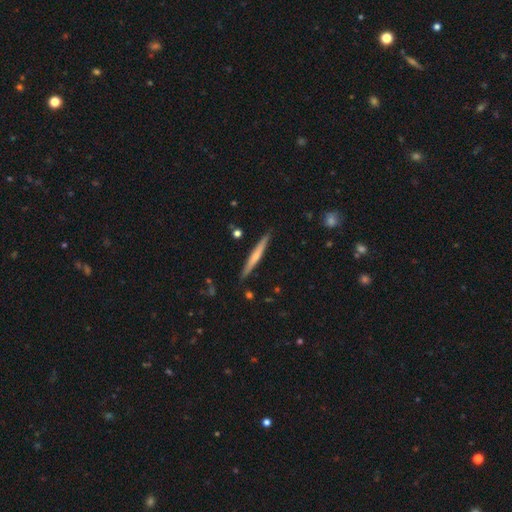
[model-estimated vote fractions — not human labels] This is possibly a featured or disk galaxy (48%). Merging: clearly none (89%).